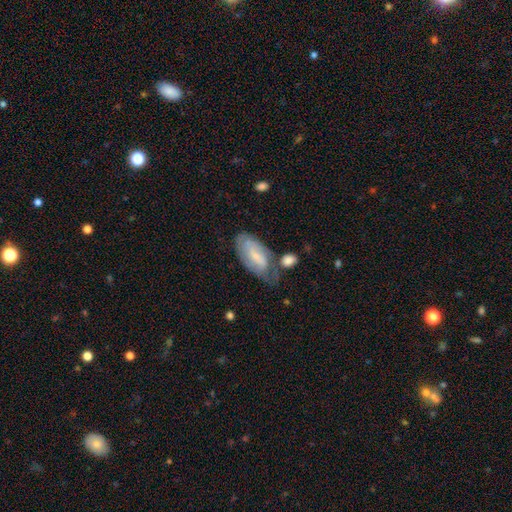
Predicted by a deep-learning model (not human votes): This appears to be a featured or disk galaxy (49%). Merging: none (44%).